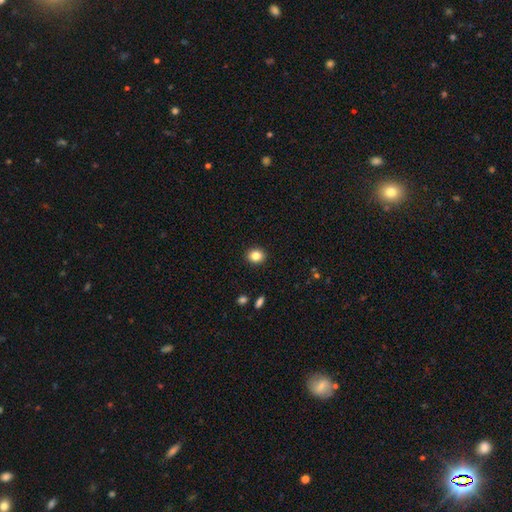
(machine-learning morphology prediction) A smooth galaxy with no disk features (83%) that is round (75%). Merging: none (92%).